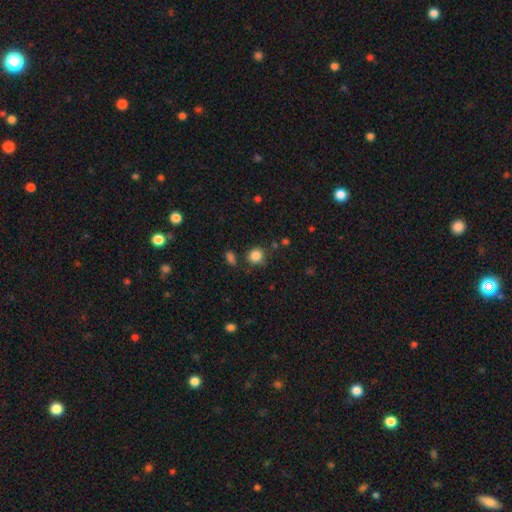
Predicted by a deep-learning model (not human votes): Q: Smooth or featured?
A: smooth (85%); runner-up: star or artifact (11%)
Q: How rounded?
A: round (86%); runner-up: in between (13%)
Q: Merging?
A: none (79%); runner-up: minor disturbance (12%)